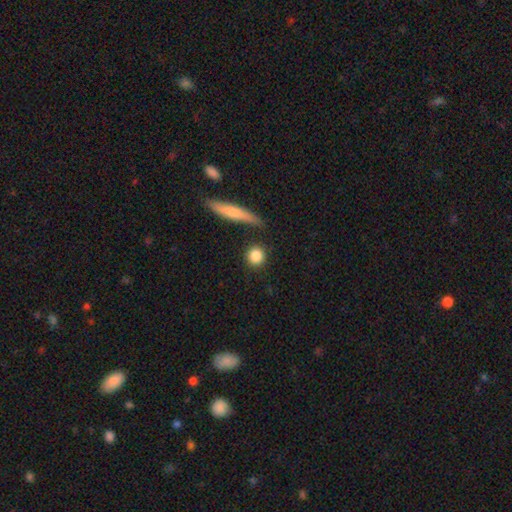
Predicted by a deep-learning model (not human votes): The model was most divided on "merging": none: 84%, minor disturbance: 8%, merger: 5%, major disturbance: 3%. More confident: how rounded — round (86%); smooth or featured — smooth (85%).